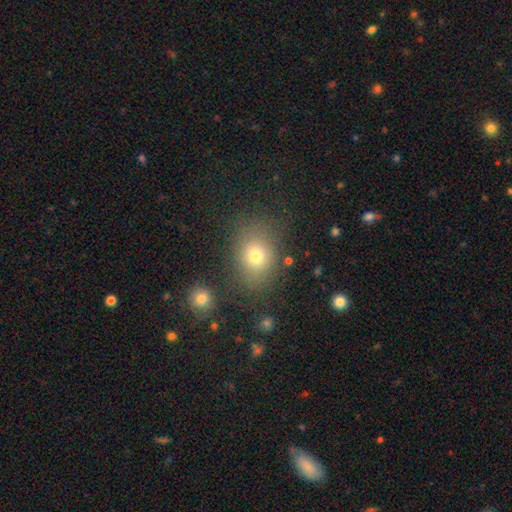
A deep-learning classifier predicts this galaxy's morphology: Overall: smooth (74%). How rounded: in between (57%; round 42%). Merging: none (76%).